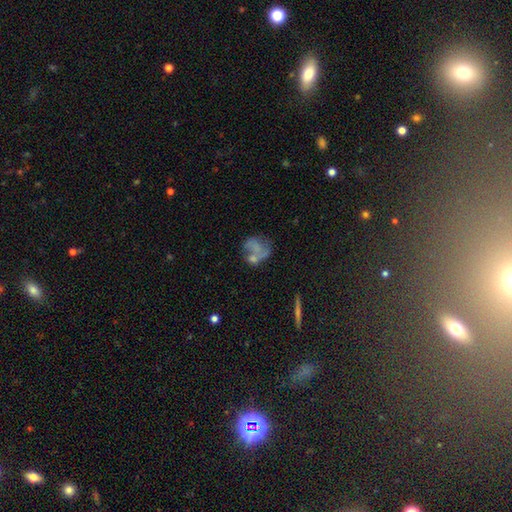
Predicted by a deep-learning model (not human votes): smooth_or_featured: featured or disk (p=0.47) [alt: smooth p=0.41]
merging: none (p=0.37) [alt: major disturbance p=0.23]